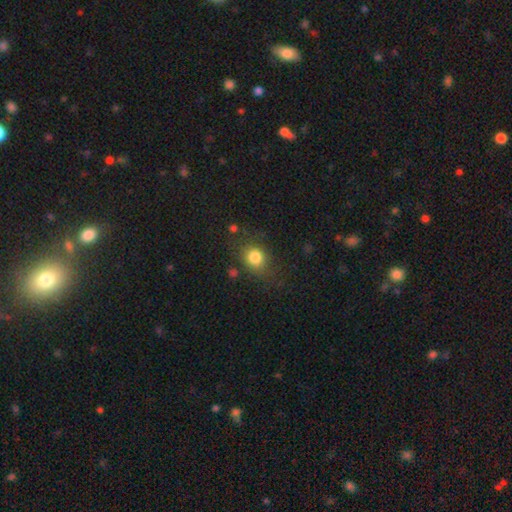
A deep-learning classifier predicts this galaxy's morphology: Smooth or featured? smooth (82%)
How rounded? round (61%)
Merging? none (68%)